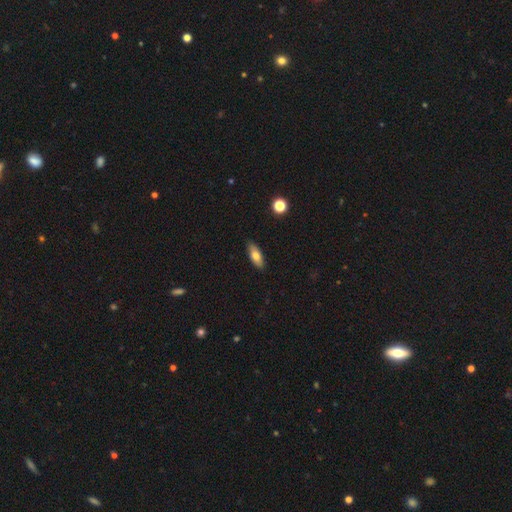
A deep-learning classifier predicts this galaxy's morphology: Smooth or featured?
  - smooth: 73% *
  - featured or disk: 20%
  - star or artifact: 7%
How rounded?
  - in between: 71% *
  - cigar-shaped: 26%
  - round: 3%
Merging?
  - none: 88% *
  - minor disturbance: 9%
  - major disturbance: 2%
  - merger: 1%